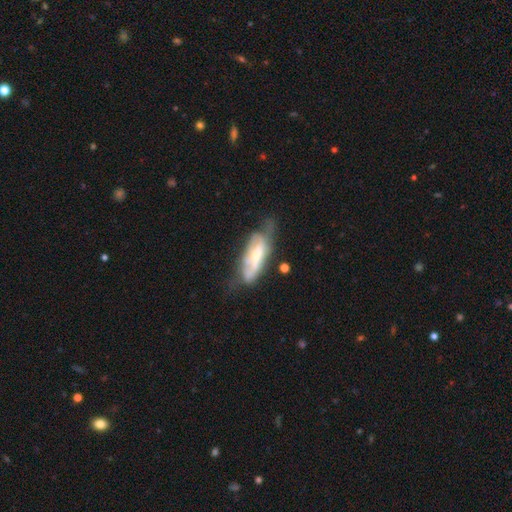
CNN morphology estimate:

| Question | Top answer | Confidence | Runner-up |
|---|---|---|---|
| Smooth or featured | featured or disk | 64% | smooth (29%) |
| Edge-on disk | no | 75% | yes (25%) |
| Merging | none | 41% | minor disturbance (33%) |